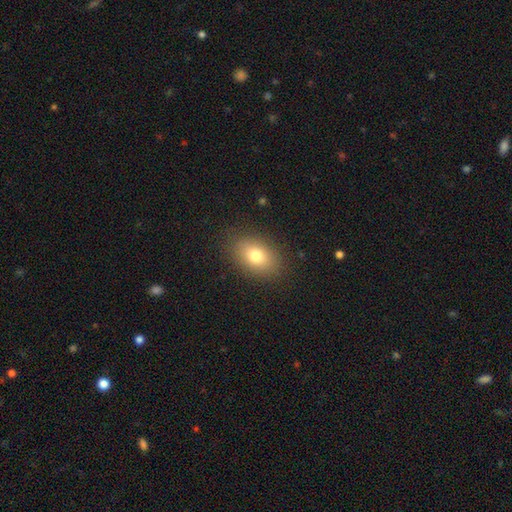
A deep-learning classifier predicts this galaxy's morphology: smooth-or-featured: smooth: 77% | featured or disk: 12% | star or artifact: 11%
  how-rounded: in between: 81% | round: 17% | cigar-shaped: 1%
  merging: none: 86% | minor disturbance: 10% | major disturbance: 4% | merger: 1%